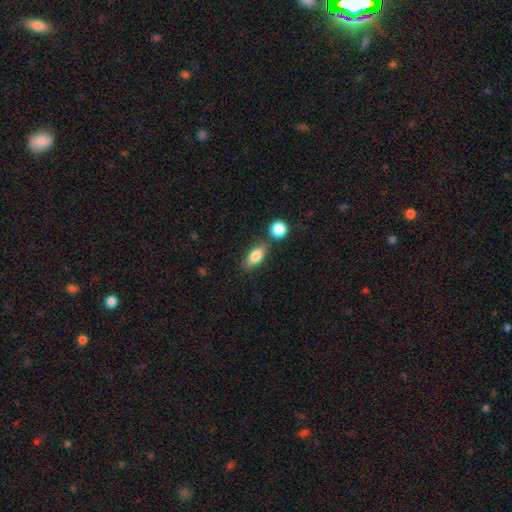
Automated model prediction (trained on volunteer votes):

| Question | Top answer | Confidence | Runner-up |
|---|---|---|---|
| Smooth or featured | smooth | 82% | featured or disk (10%) |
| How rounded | in between | 84% | cigar-shaped (10%) |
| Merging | none | 69% | merger (15%) |